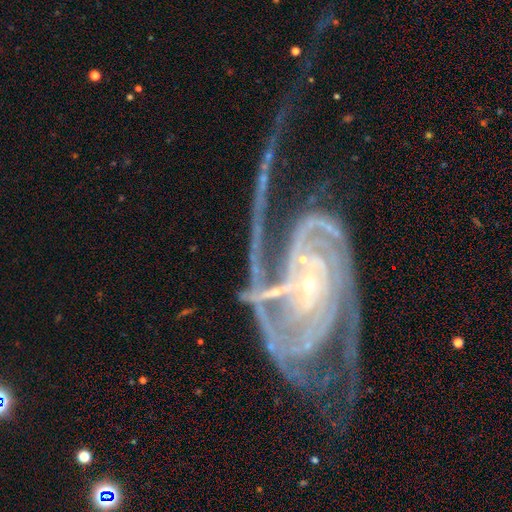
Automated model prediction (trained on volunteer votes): This is clearly a featured or disk galaxy (91%). It is clearly not viewed edge-on (97%). Bar: possibly no (53%). Spiral arm pattern: clearly yes (98%). Spiral arm count: possibly 2 (45%). Spiral winding: possibly tight (47%). Central bulge: clearly small (85%). Merging: marginally none (32%).